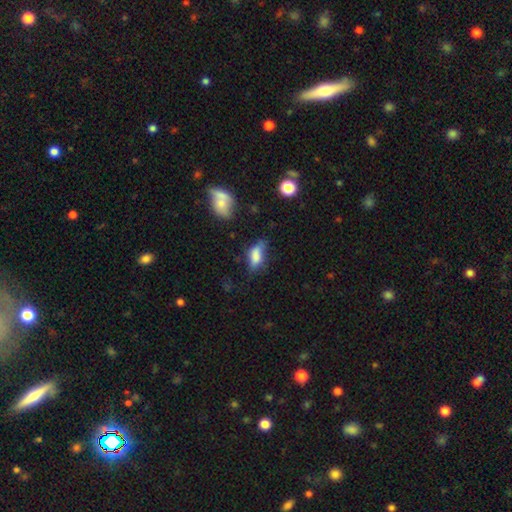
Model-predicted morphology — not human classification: This appears to be a smooth galaxy with no disk features (75%) that is in between round and cigar-shaped (81%). Merging: none (45%).